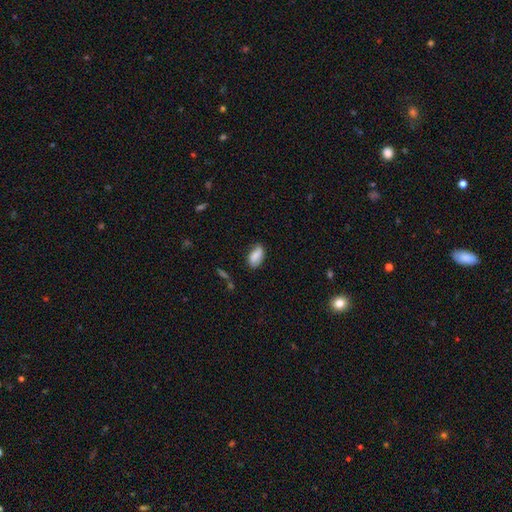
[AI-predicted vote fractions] Q: Smooth or featured?
A: smooth (77%); runner-up: featured or disk (16%)
Q: How rounded?
A: in between (91%); runner-up: cigar-shaped (5%)
Q: Merging?
A: none (70%); runner-up: minor disturbance (23%)